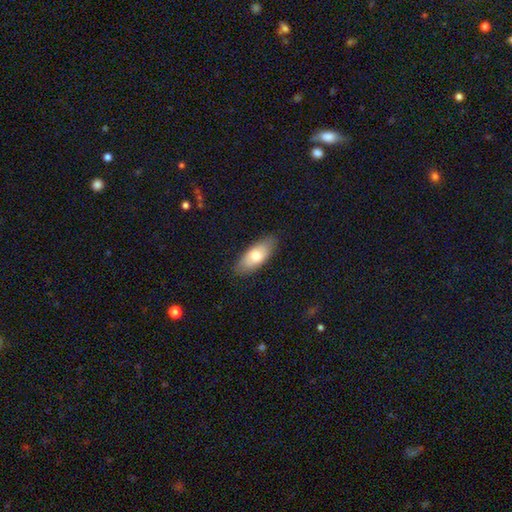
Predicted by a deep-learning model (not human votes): Morphology: type=smooth (74%); roundness=in between (83%); merging=none (85%).